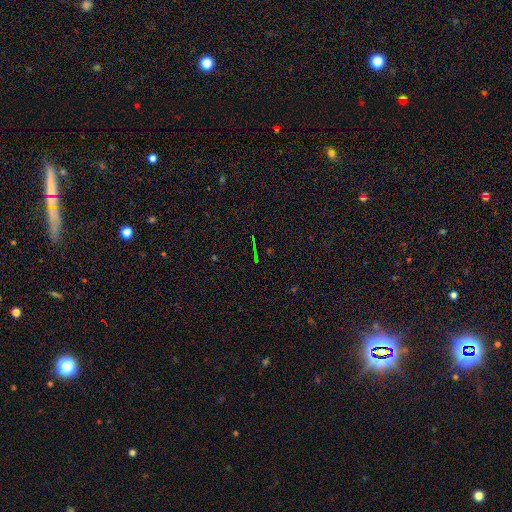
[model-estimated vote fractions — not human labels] smooth_or_featured: star or artifact (p=0.74) [alt: smooth p=0.13]